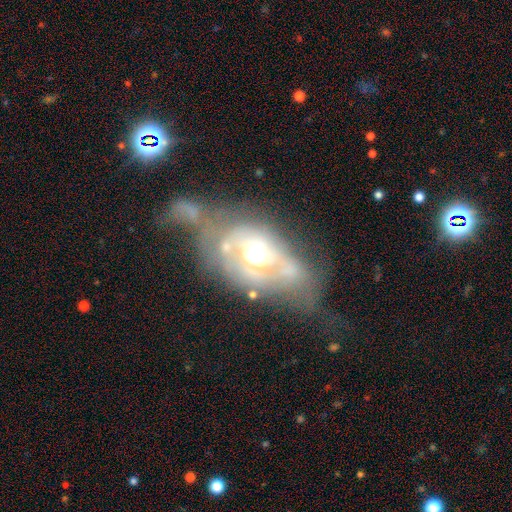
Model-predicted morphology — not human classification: Q: Smooth or featured?
A: featured or disk (63%); runner-up: smooth (25%)
Q: Edge-on disk?
A: no (91%); runner-up: yes (9%)
Q: Bar?
A: no (74%); runner-up: weak (18%)
Q: Spiral arms?
A: no (62%); runner-up: yes (38%)
Q: Bulge size?
A: moderate (47%); runner-up: large (36%)
Q: Merging?
A: none (36%); runner-up: major disturbance (31%)